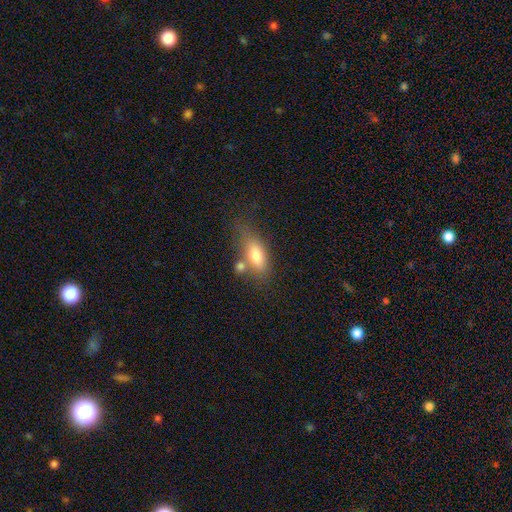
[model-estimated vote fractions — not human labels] smooth-or-featured: smooth: 74% | featured or disk: 18% | star or artifact: 8%
  how-rounded: in between: 77% | cigar-shaped: 18% | round: 5%
  merging: none: 48% | merger: 23% | minor disturbance: 20% | major disturbance: 9%